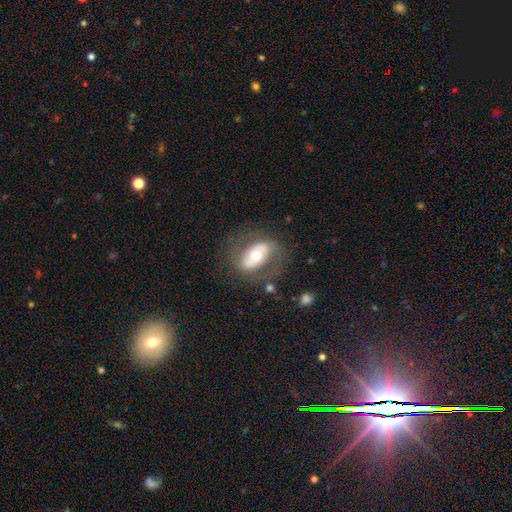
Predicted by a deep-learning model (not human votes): Q: Smooth or featured?
A: featured or disk (55%); runner-up: smooth (38%)
Q: Edge-on disk?
A: no (92%); runner-up: yes (8%)
Q: Bar?
A: no (50%); runner-up: strong (25%)
Q: Spiral arms?
A: no (51%); runner-up: yes (49%)
Q: Bulge size?
A: moderate (69%); runner-up: large (16%)
Q: Merging?
A: none (66%); runner-up: minor disturbance (18%)